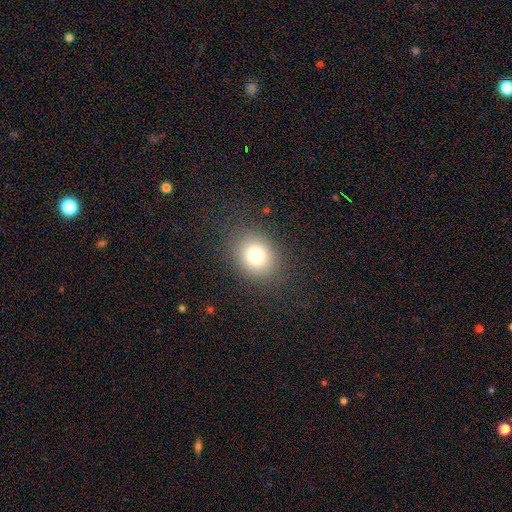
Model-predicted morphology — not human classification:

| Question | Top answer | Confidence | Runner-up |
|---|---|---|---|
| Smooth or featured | smooth | 76% | star or artifact (14%) |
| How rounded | round | 63% | in between (37%) |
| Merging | none | 85% | minor disturbance (9%) |